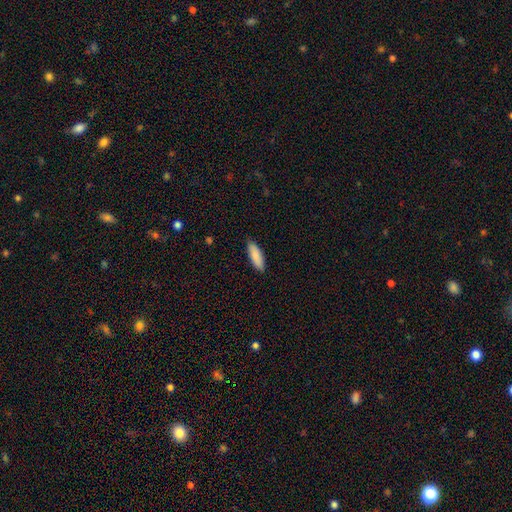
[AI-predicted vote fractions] Smooth or featured?
  - smooth: 88% *
  - featured or disk: 6%
  - star or artifact: 6%
How rounded?
  - in between: 59% *
  - cigar-shaped: 40%
  - round: 2%
Merging?
  - none: 87% *
  - minor disturbance: 10%
  - major disturbance: 2%
  - merger: 1%